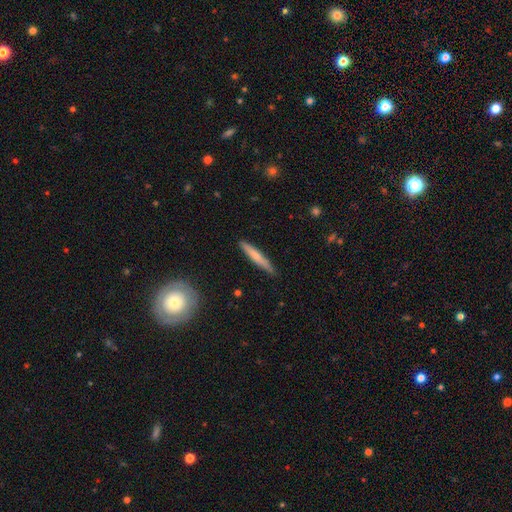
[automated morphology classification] Smooth or featured?
  - smooth: 64% *
  - featured or disk: 30%
  - star or artifact: 6%
How rounded?
  - cigar-shaped: 94% *
  - in between: 5%
  - round: 1%
Merging?
  - none: 87% *
  - minor disturbance: 10%
  - major disturbance: 2%
  - merger: 1%